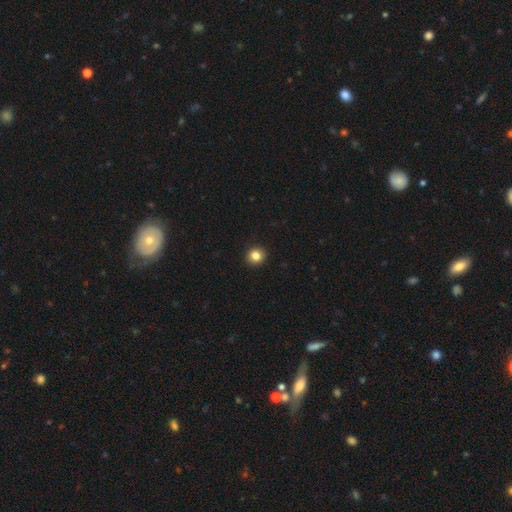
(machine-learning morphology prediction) smooth_or_featured: smooth (p=0.84) [alt: star or artifact p=0.11]
how_rounded: round (p=0.92) [alt: in between p=0.07]
merging: none (p=0.93) [alt: minor disturbance p=0.04]